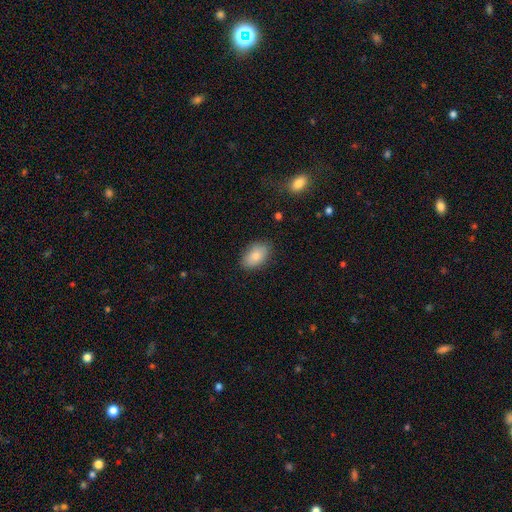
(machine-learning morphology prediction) smooth 85%, featured or disk 8%, star or artifact 7%. Down the decision tree: how rounded — in between (91%); merging — none (85%).